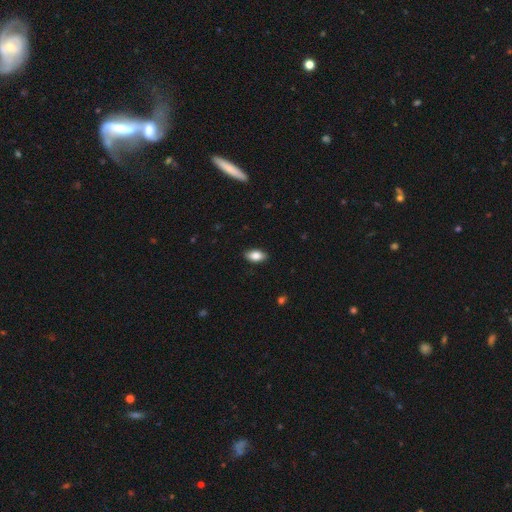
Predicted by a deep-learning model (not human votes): Smooth or featured: smooth — 84% (featured or disk — 9%)
How rounded: in between — 92% (cigar-shaped — 4%)
Merging: none — 89% (minor disturbance — 8%)